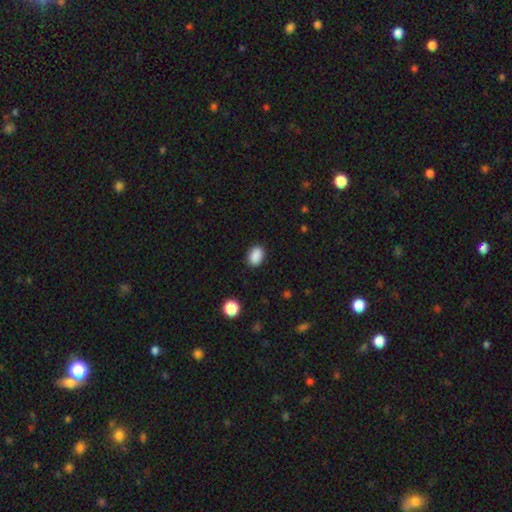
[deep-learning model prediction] Smooth or featured? Predicted: smooth (p=0.88). How rounded? Predicted: in between (p=0.78). Merging? Predicted: none (p=0.87).